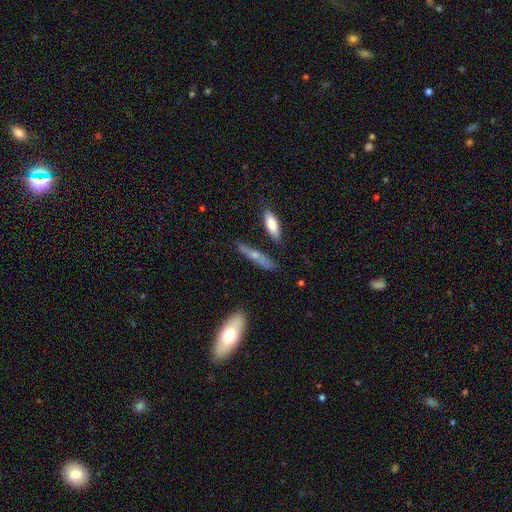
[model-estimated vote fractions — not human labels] Q: Smooth or featured?
A: smooth (48%); runner-up: featured or disk (43%)
Q: Merging?
A: none (69%); runner-up: minor disturbance (19%)